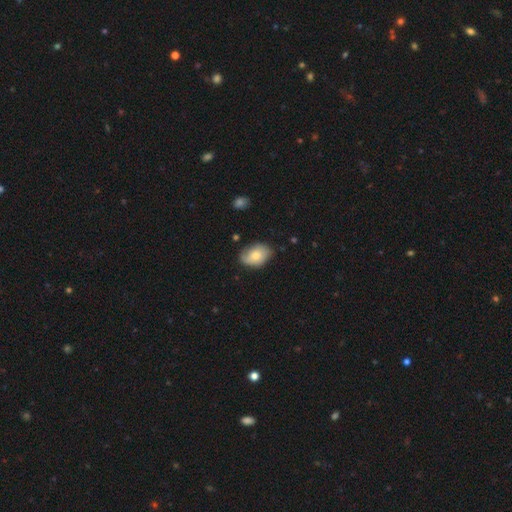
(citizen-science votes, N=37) Morphology: type=smooth (81%); roundness=in between (77%); merging=none (72%).